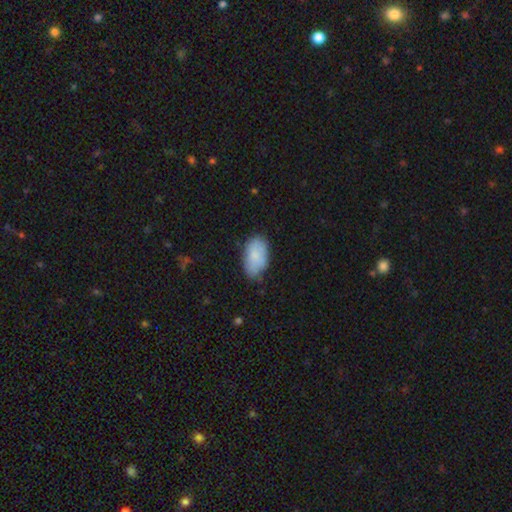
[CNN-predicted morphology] The model was most divided on "merging": none: 72%, minor disturbance: 23%, major disturbance: 4%, merger: 2%. More confident: how rounded — in between (95%); smooth or featured — smooth (83%).